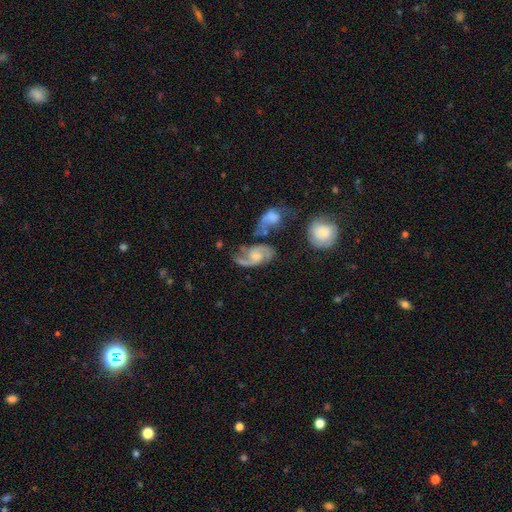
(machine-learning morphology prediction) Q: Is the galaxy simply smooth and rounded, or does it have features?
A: featured or disk — 83%.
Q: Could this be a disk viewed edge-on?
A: no — 97%.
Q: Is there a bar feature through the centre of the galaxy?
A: no — 59%.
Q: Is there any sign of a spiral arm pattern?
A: yes — 96%.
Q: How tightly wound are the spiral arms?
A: medium — 48%.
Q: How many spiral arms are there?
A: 2 — 89%.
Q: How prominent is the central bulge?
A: moderate — 42%.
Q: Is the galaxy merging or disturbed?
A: none — 48%.